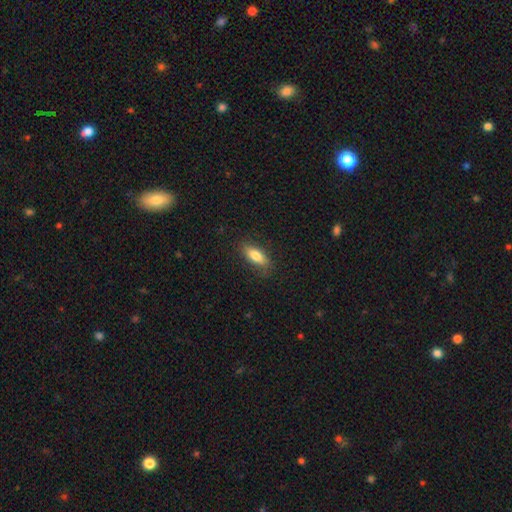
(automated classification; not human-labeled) smooth_or_featured: smooth (p=0.78) [alt: featured or disk p=0.15]
how_rounded: in between (p=0.71) [alt: cigar-shaped p=0.27]
merging: none (p=0.83) [alt: minor disturbance p=0.12]